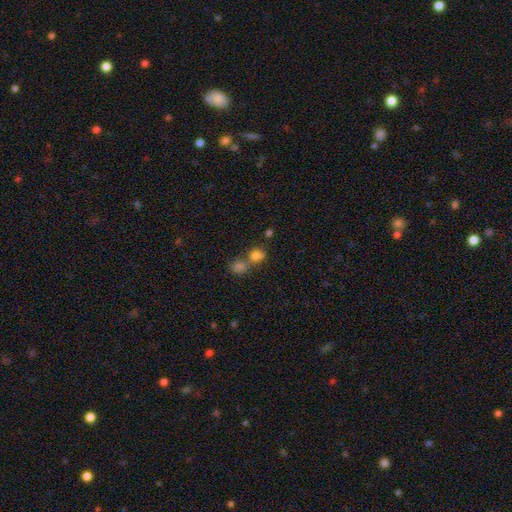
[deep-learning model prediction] Smooth or featured? smooth (73%)
How rounded? round (71%)
Merging? merger (50%)